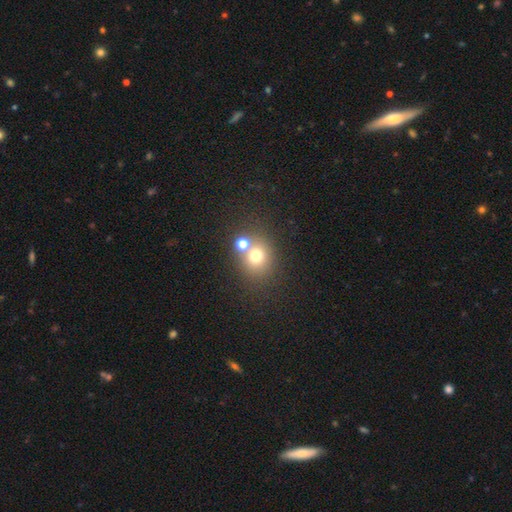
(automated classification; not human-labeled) A smooth galaxy with no disk features (71%) that is round (81%).

Vote fractions:
- Smooth or featured? smooth: 71% / star or artifact: 18% / featured or disk: 11%
- How rounded? round: 81% / in between: 18% / cigar-shaped: 1%
- Merging? none: 58% / merger: 31% / minor disturbance: 8% / major disturbance: 4%